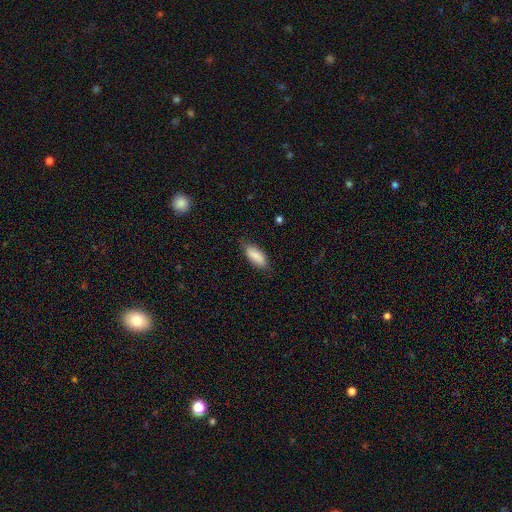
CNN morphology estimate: smooth_or_featured: smooth (p=0.87) [alt: featured or disk p=0.08]
how_rounded: in between (p=0.81) [alt: cigar-shaped p=0.17]
merging: none (p=0.77) [alt: minor disturbance p=0.18]